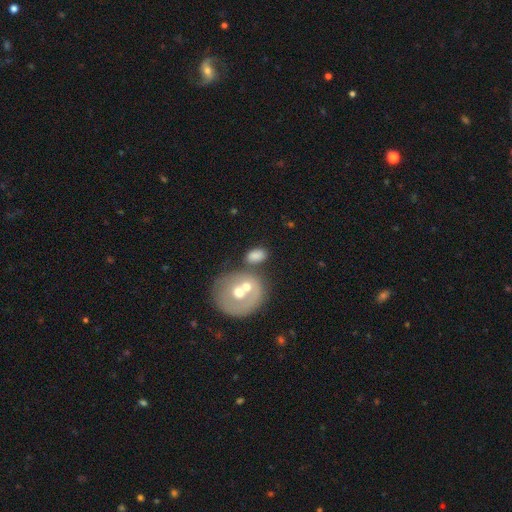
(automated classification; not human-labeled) Q: Smooth or featured?
A: smooth (71%); runner-up: featured or disk (21%)
Q: How rounded?
A: in between (70%); runner-up: round (29%)
Q: Merging?
A: none (45%); runner-up: merger (35%)